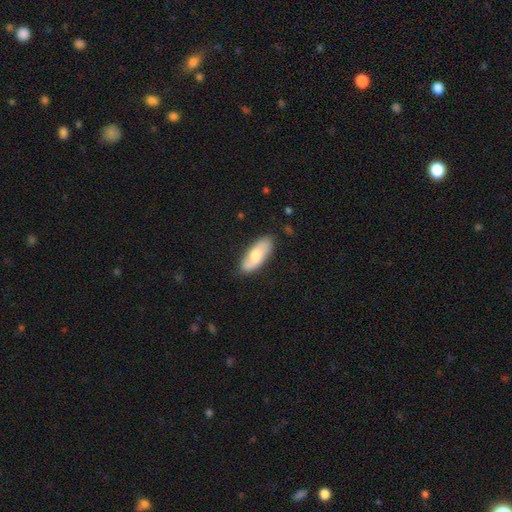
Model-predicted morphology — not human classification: Q: Smooth or featured?
A: smooth (60%); runner-up: featured or disk (34%)
Q: How rounded?
A: in between (80%); runner-up: cigar-shaped (18%)
Q: Merging?
A: none (81%); runner-up: minor disturbance (14%)